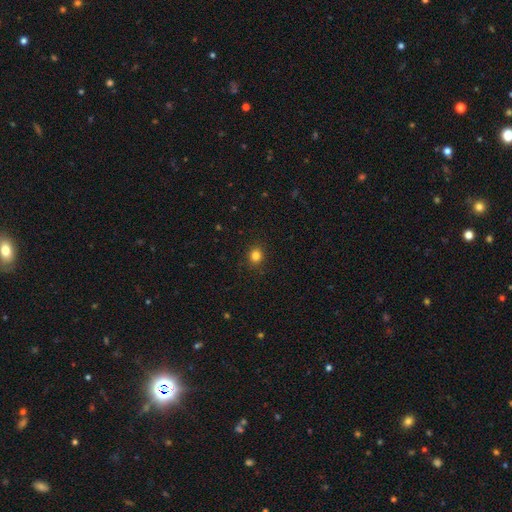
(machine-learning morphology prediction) type=smooth (83%); roundness=round (79%); merging=none (91%).